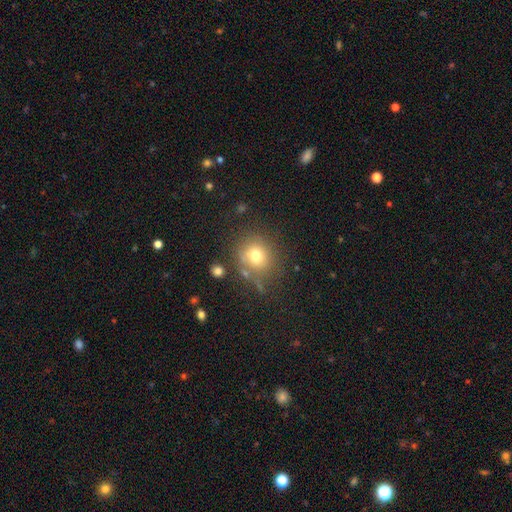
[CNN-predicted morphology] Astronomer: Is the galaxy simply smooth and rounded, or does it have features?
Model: smooth — 73%.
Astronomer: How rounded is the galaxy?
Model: round — 84%.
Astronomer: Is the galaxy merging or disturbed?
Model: none — 70%.